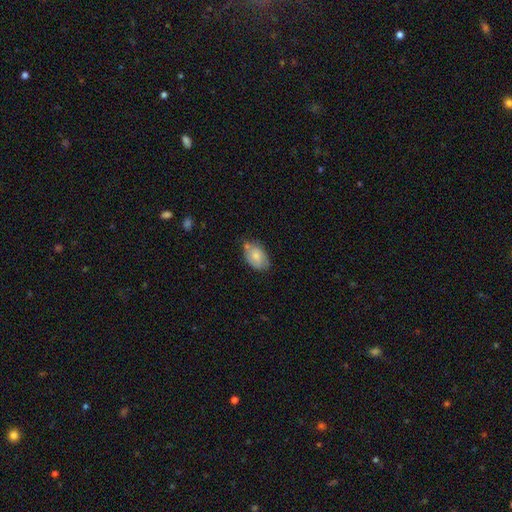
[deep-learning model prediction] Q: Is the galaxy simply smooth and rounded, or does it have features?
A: smooth — 71%.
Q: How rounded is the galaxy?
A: in between — 88%.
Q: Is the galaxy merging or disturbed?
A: none — 59%.